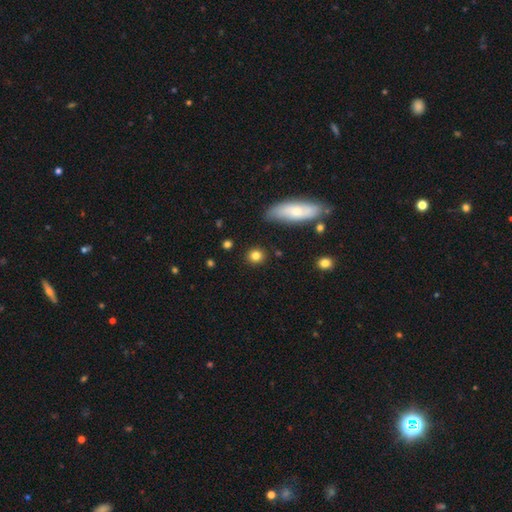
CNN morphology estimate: smooth 82%, star or artifact 10%, featured or disk 7%. Down the decision tree: how rounded — round (86%); merging — none (88%).